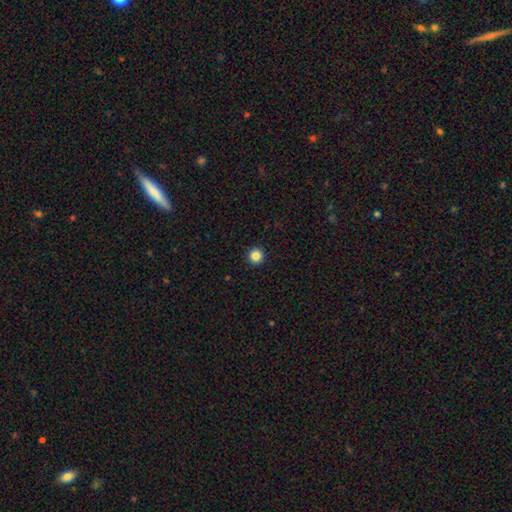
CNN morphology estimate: Q: Smooth or featured?
A: smooth (85%); runner-up: star or artifact (11%)
Q: How rounded?
A: round (96%); runner-up: in between (3%)
Q: Merging?
A: none (94%); runner-up: minor disturbance (4%)